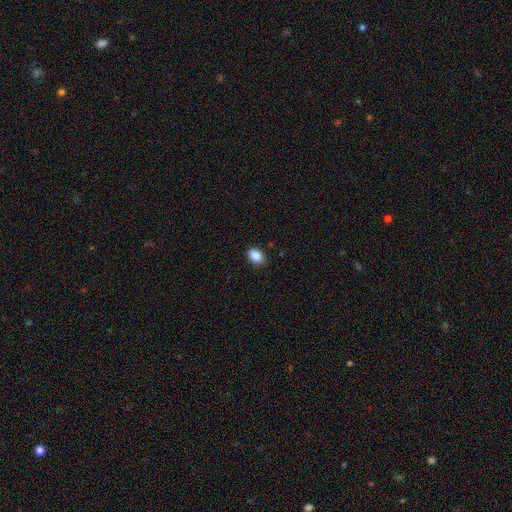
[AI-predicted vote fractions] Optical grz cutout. It shows a smooth galaxy with no disk features (89%) that is in between round and cigar-shaped (81%). Merging: none (85%).